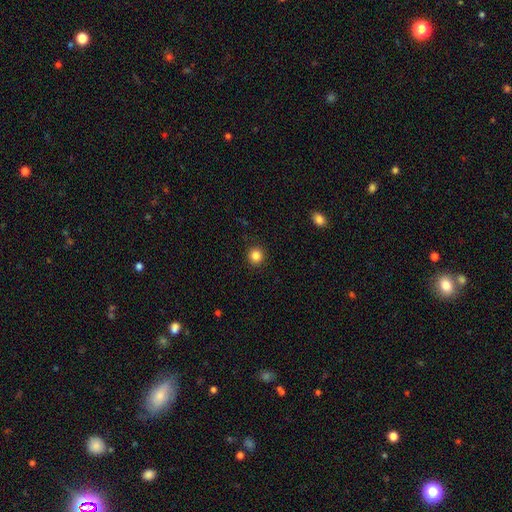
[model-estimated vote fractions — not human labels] smooth-or-featured: smooth: 85% | star or artifact: 11% | featured or disk: 4%
  how-rounded: round: 94% | in between: 5% | cigar-shaped: 1%
  merging: none: 93% | minor disturbance: 5% | major disturbance: 2% | merger: 1%